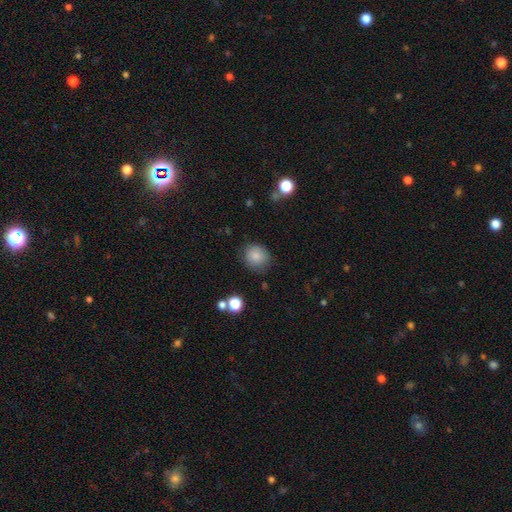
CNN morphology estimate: Q: Smooth or featured?
A: smooth (84%); runner-up: star or artifact (9%)
Q: How rounded?
A: round (83%); runner-up: in between (17%)
Q: Merging?
A: none (79%); runner-up: minor disturbance (15%)